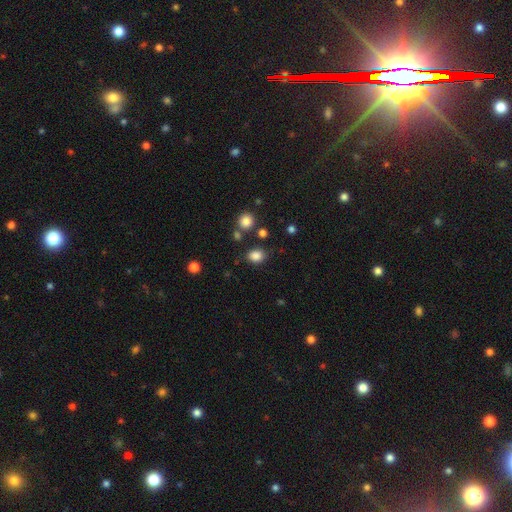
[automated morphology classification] Q: Smooth or featured?
A: smooth (84%); runner-up: star or artifact (12%)
Q: How rounded?
A: in between (54%); runner-up: round (44%)
Q: Merging?
A: none (80%); runner-up: minor disturbance (12%)